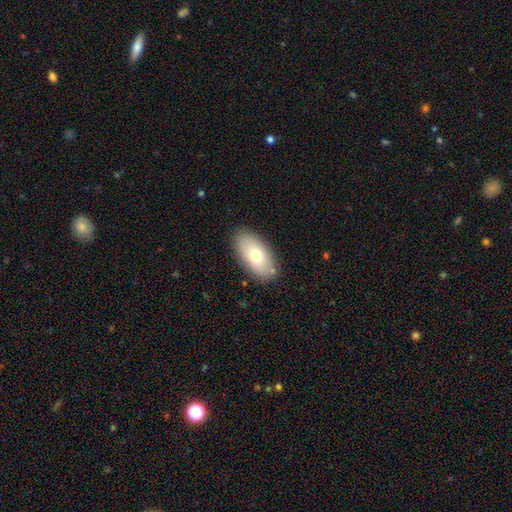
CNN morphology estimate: A smooth galaxy with no disk features (72%) that is in between round and cigar-shaped (93%).

Vote fractions:
- Smooth or featured? smooth: 72% / featured or disk: 21% / star or artifact: 7%
- How rounded? in between: 93% / cigar-shaped: 4% / round: 3%
- Merging? none: 85% / minor disturbance: 11% / major disturbance: 3% / merger: 2%